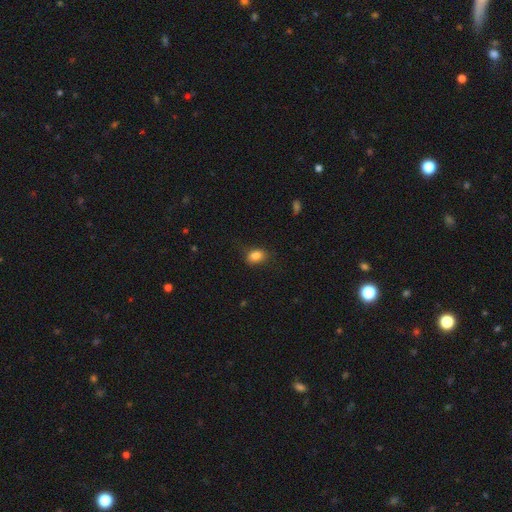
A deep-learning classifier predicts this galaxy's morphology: Smooth or featured? smooth (85%)
How rounded? in between (70%)
Merging? none (73%)